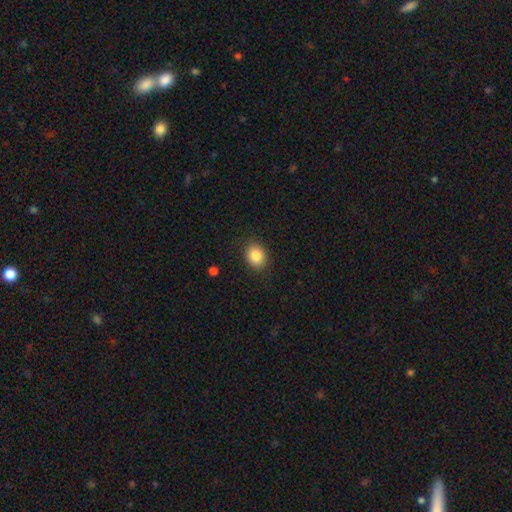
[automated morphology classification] This is clearly a smooth galaxy (85%). How rounded: possibly round (53%). Merging: clearly none (88%).